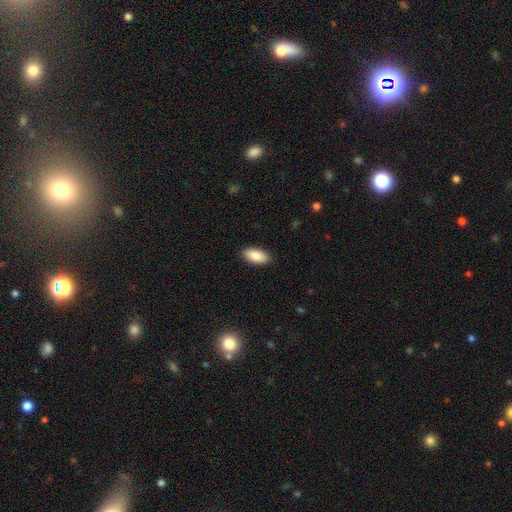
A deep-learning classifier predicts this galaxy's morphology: Overall: smooth (87%). How rounded: in between (92%). Merging: none (88%).